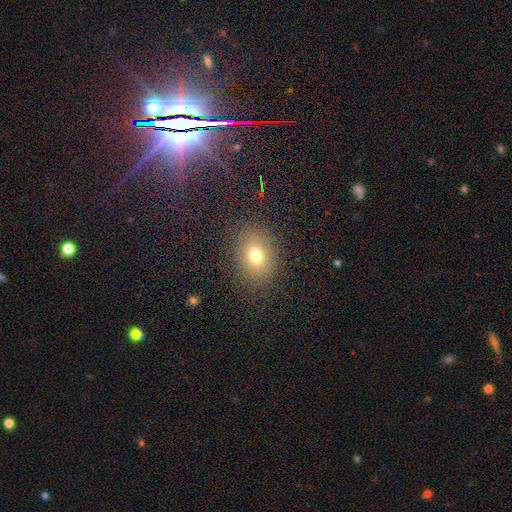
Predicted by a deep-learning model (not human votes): smooth_or_featured: smooth (p=0.72) [alt: star or artifact p=0.16]
how_rounded: in between (p=0.57) [alt: round p=0.41]
merging: none (p=0.85) [alt: minor disturbance p=0.09]